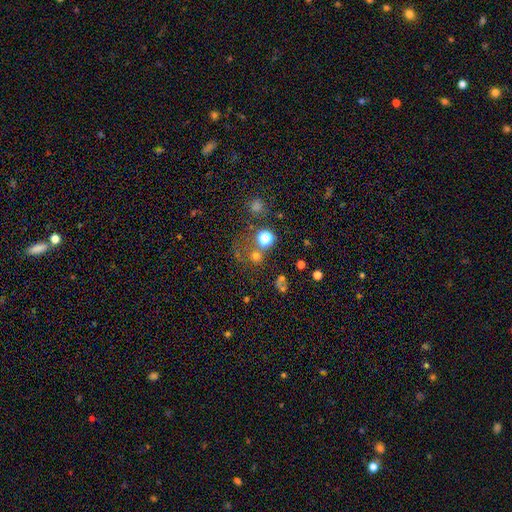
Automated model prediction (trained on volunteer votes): Morphology: type=smooth (59%); roundness=round (88%); merging=none (62%).